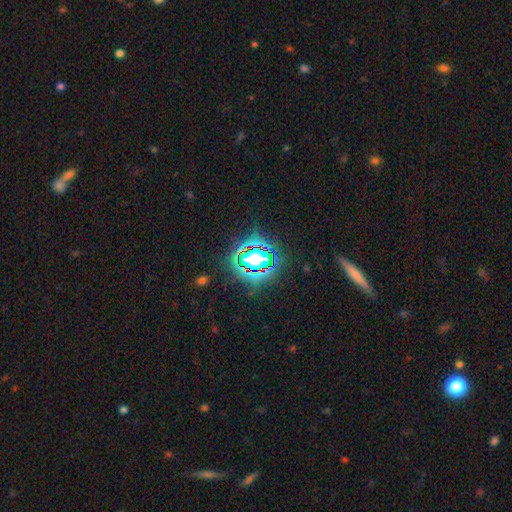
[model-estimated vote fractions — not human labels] This is likely a star or artifact rather than a galaxy (74%).